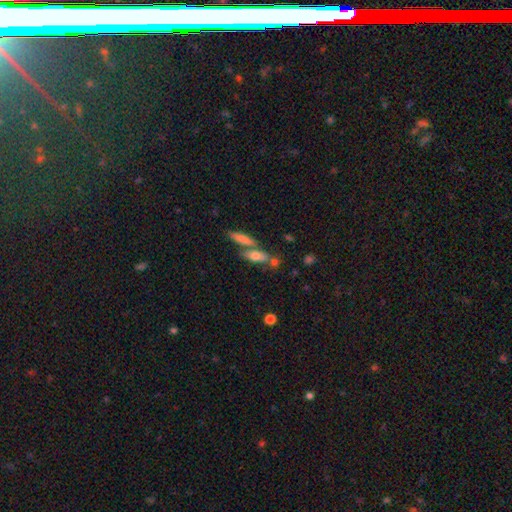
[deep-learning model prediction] smooth 62%, featured or disk 28%, star or artifact 10%. Down the decision tree: how rounded — in between (50%); merging — none (51%).